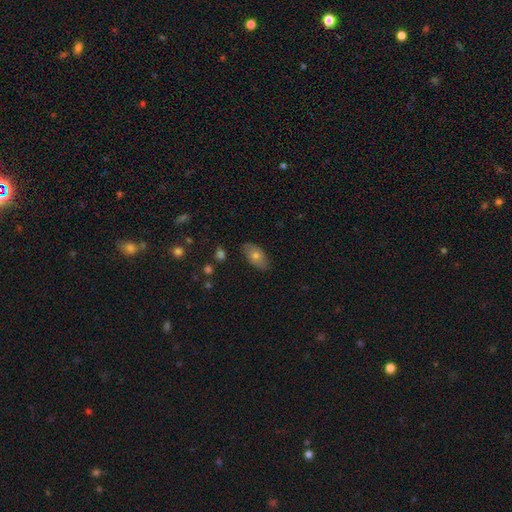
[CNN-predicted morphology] Smooth or featured?
  - smooth: 68% *
  - featured or disk: 24%
  - star or artifact: 9%
How rounded?
  - in between: 91% *
  - round: 6%
  - cigar-shaped: 3%
Merging?
  - none: 82% *
  - minor disturbance: 14%
  - major disturbance: 3%
  - merger: 1%